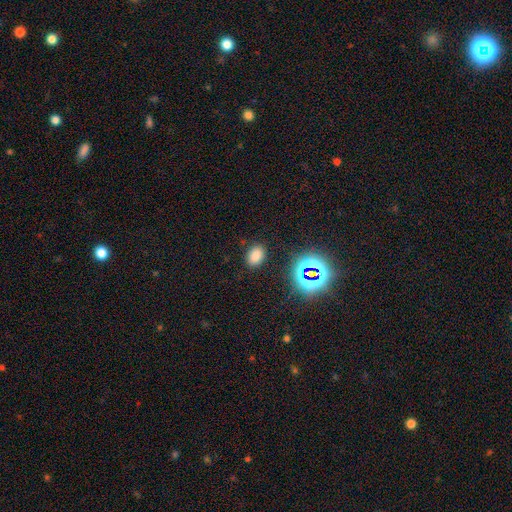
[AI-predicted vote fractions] Overall: smooth (75%). How rounded: in between (80%). Merging: none (85%).